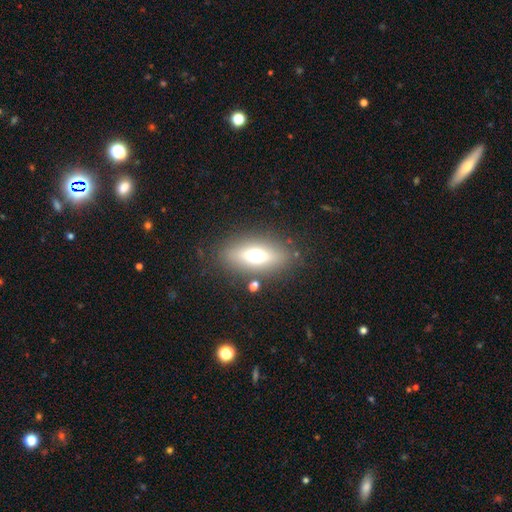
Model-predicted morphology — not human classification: Smooth or featured?
  - smooth: 58% *
  - featured or disk: 32%
  - star or artifact: 10%
How rounded?
  - in between: 74% *
  - cigar-shaped: 20%
  - round: 7%
Merging?
  - none: 82% *
  - minor disturbance: 10%
  - major disturbance: 5%
  - merger: 3%